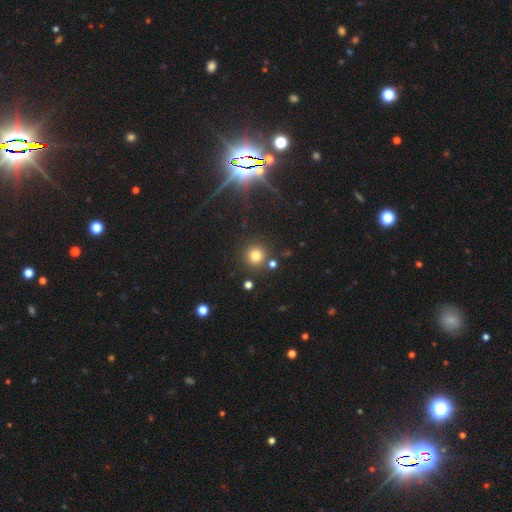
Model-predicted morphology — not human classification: This is likely a smooth galaxy (76%). How rounded: clearly round (94%). Merging: clearly none (84%).